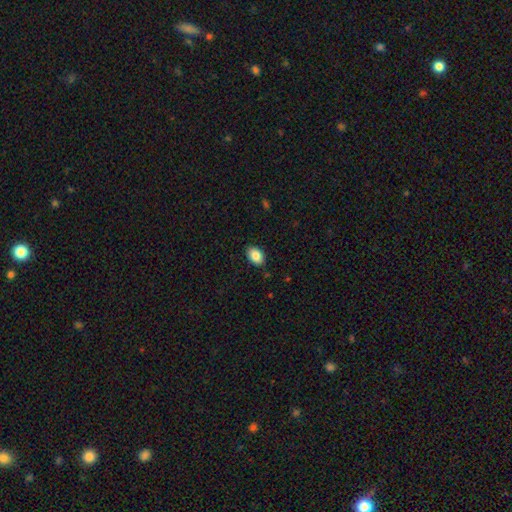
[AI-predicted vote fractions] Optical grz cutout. It shows a smooth galaxy with no disk features (87%) that is in between round and cigar-shaped (85%). Merging: none (87%).